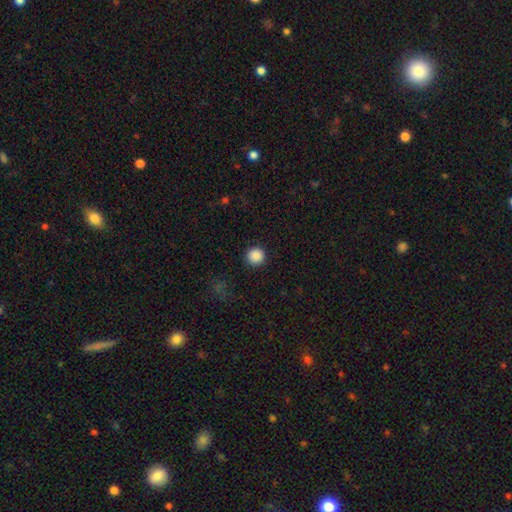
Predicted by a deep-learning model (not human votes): smooth 88%, star or artifact 9%, featured or disk 3%. Down the decision tree: how rounded — round (95%); merging — none (92%).